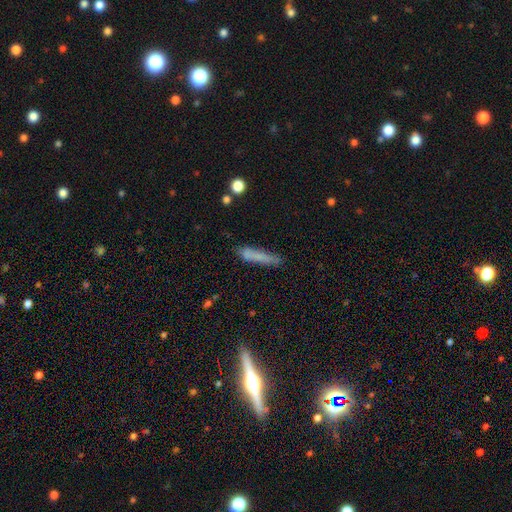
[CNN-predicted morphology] Smooth or featured?
  - smooth: 75% *
  - featured or disk: 16%
  - star or artifact: 9%
How rounded?
  - cigar-shaped: 89% *
  - in between: 9%
  - round: 2%
Merging?
  - none: 70% *
  - minor disturbance: 20%
  - major disturbance: 6%
  - merger: 4%